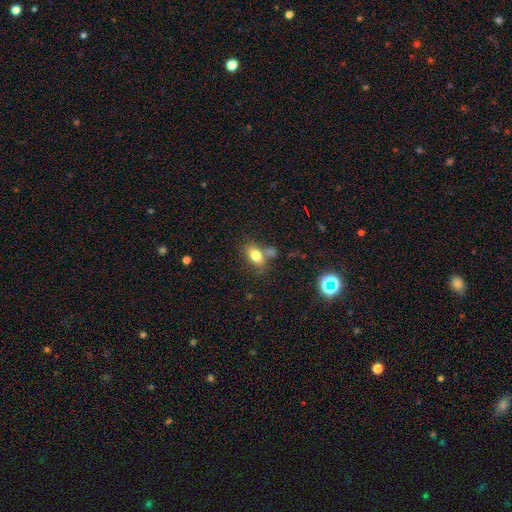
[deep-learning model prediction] Q: Smooth or featured?
A: smooth (76%); runner-up: featured or disk (13%)
Q: How rounded?
A: in between (85%); runner-up: round (11%)
Q: Merging?
A: none (55%); runner-up: merger (23%)